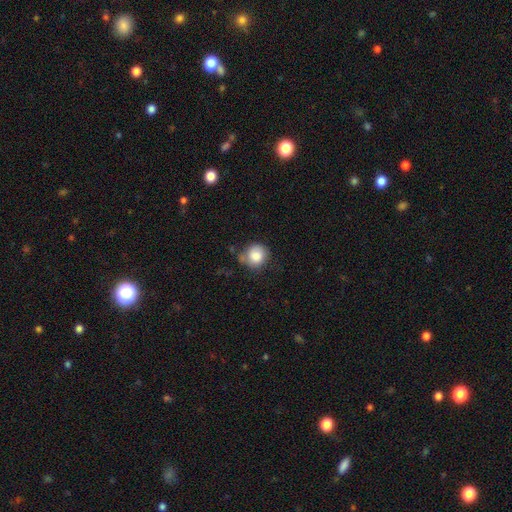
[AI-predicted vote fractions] Smooth or featured: smooth — 85% (star or artifact — 8%)
How rounded: round — 87% (in between — 12%)
Merging: none — 57% (minor disturbance — 27%)